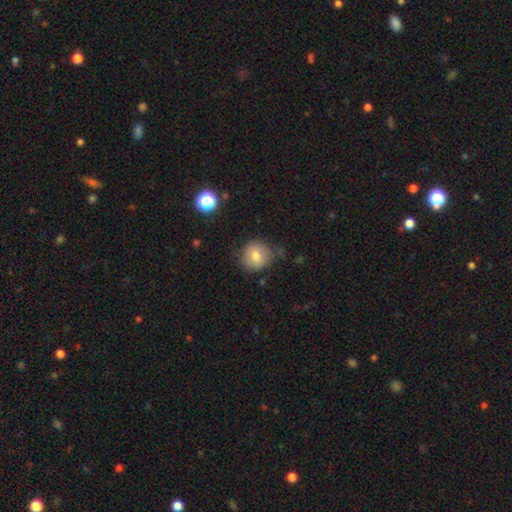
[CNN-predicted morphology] A smooth galaxy with no disk features (74%) that is round (84%).

Vote fractions:
- Smooth or featured? smooth: 74% / featured or disk: 16% / star or artifact: 10%
- How rounded? round: 84% / in between: 15% / cigar-shaped: 1%
- Merging? none: 70% / minor disturbance: 21% / major disturbance: 6% / merger: 3%